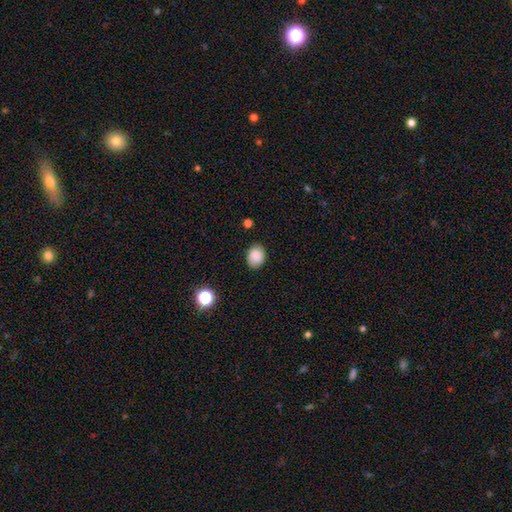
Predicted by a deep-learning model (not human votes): Smooth or featured: smooth — 87% (star or artifact — 9%)
How rounded: in between — 52% (round — 47%)
Merging: none — 85% (minor disturbance — 11%)